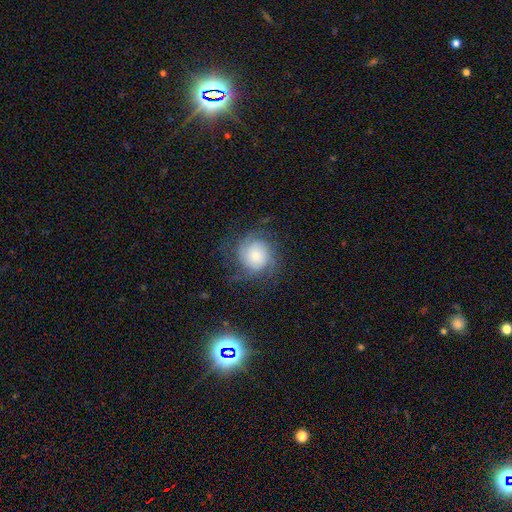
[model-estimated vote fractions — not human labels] smooth_or_featured: featured or disk (p=0.62) [alt: smooth p=0.28]
disk_edge_on: no (p=0.98) [alt: yes p=0.02]
bar: no (p=0.78) [alt: weak p=0.18]
has_spiral_arms: yes (p=0.92) [alt: no p=0.08]
spiral_winding: tight (p=0.48) [alt: medium p=0.37]
spiral_arm_count: can't tell (p=0.29) [alt: 3 p=0.25]
bulge_size: moderate (p=0.33) [tied with: small p=0.33]
merging: none (p=0.68) [alt: minor disturbance p=0.17]